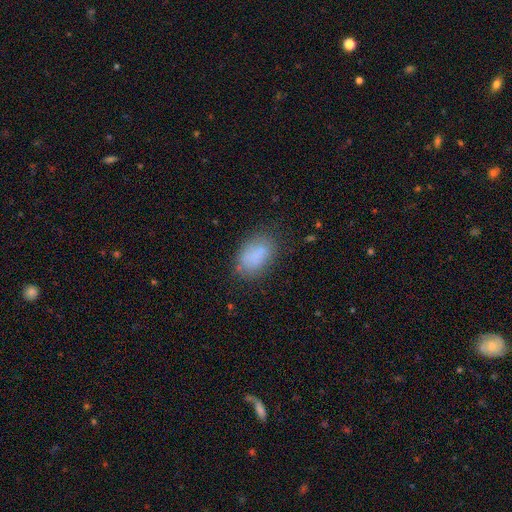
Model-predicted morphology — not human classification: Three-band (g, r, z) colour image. It shows a smooth galaxy with no disk features (79%) that is in between round and cigar-shaped (88%). Merging: none (68%).